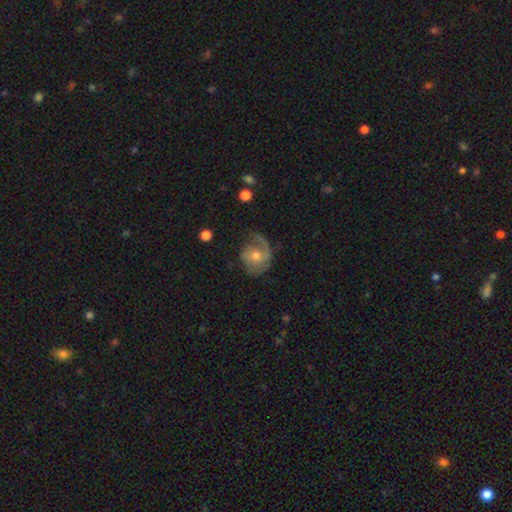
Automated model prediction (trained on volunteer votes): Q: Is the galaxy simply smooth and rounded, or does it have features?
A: featured or disk — 67%.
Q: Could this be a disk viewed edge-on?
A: no — 97%.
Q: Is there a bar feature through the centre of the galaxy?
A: no — 69%.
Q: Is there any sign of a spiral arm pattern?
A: yes — 86%.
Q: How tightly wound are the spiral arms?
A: medium — 40%.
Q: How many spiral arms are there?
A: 1 — 48%.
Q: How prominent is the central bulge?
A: moderate — 54%.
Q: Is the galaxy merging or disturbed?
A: none — 51%.